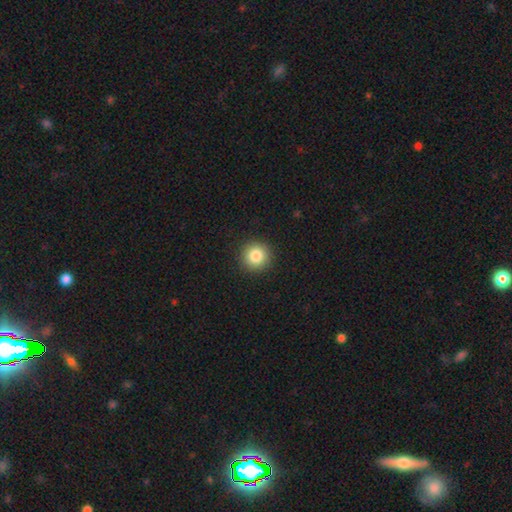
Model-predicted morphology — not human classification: type=smooth (84%); roundness=round (95%); merging=none (92%).